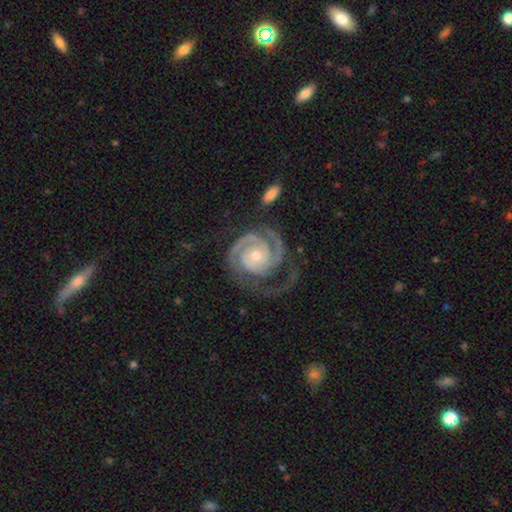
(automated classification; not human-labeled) This is clearly a featured or disk galaxy (93%). It is clearly not viewed edge-on (98%). Bar: likely no (73%). Spiral arm pattern: clearly yes (98%). Spiral arm count: likely 2 (67%). Spiral winding: likely tight (73%). Central bulge: possibly small (55%). Merging: likely none (64%).